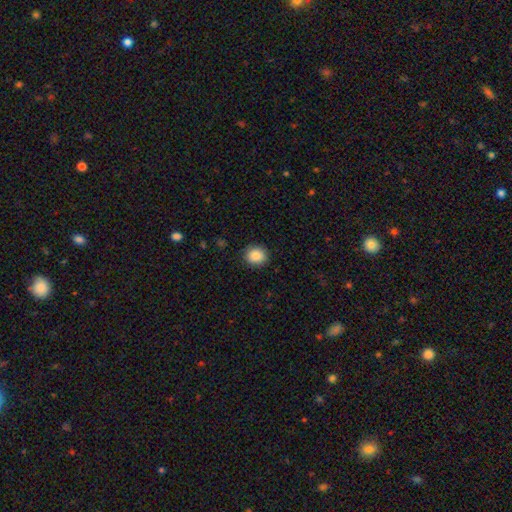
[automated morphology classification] Smooth or featured? Predicted: smooth (p=0.88). How rounded? Predicted: round (p=0.74). Merging? Predicted: none (p=0.90).